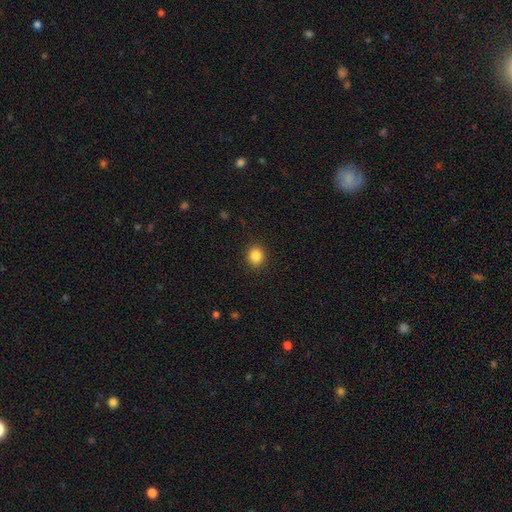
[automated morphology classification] Smooth or featured?
  - smooth: 86% *
  - star or artifact: 10%
  - featured or disk: 4%
How rounded?
  - round: 75% *
  - in between: 24%
  - cigar-shaped: 1%
Merging?
  - none: 90% *
  - minor disturbance: 6%
  - major disturbance: 2%
  - merger: 1%